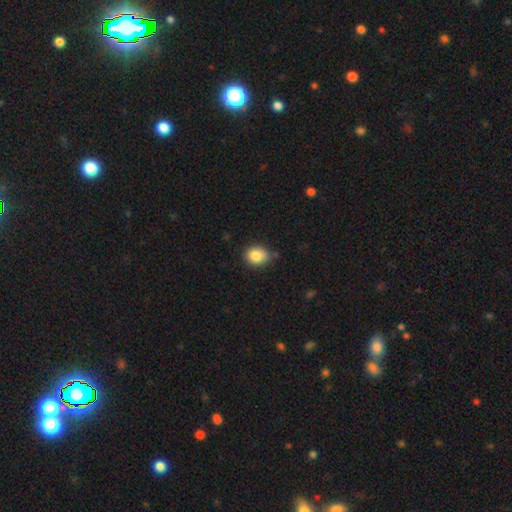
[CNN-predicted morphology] smooth_or_featured: smooth (p=0.85) [alt: star or artifact p=0.09]
how_rounded: round (p=0.56) [alt: in between p=0.43]
merging: none (p=0.77) [alt: minor disturbance p=0.17]